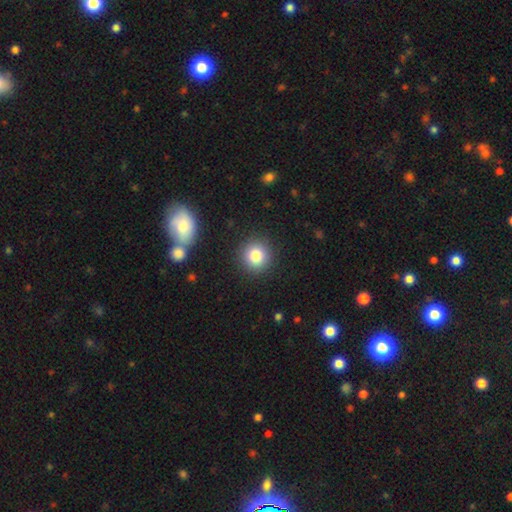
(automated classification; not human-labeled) A smooth galaxy with no disk features (81%) that is round (93%). Merging: none (90%).